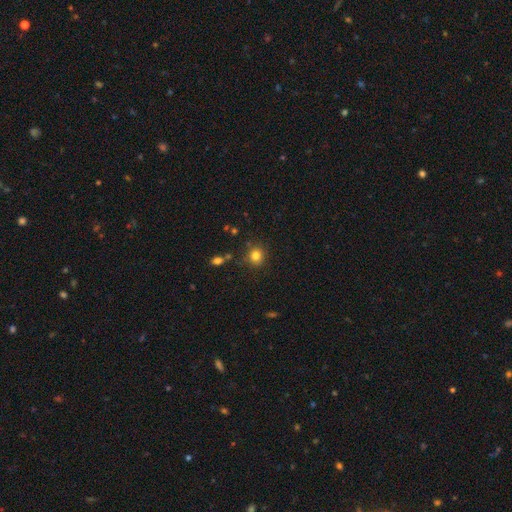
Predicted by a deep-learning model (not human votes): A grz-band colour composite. It shows a smooth galaxy with no disk features (81%) that is round (86%). Merging: none (83%).